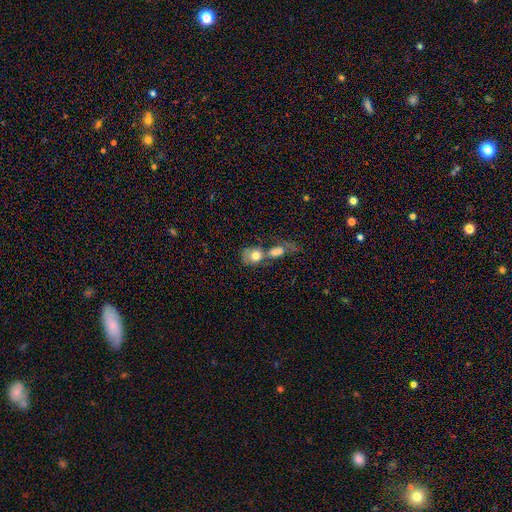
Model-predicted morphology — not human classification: Smooth or featured? smooth (72%)
How rounded? round (52%)
Merging? merger (58%)